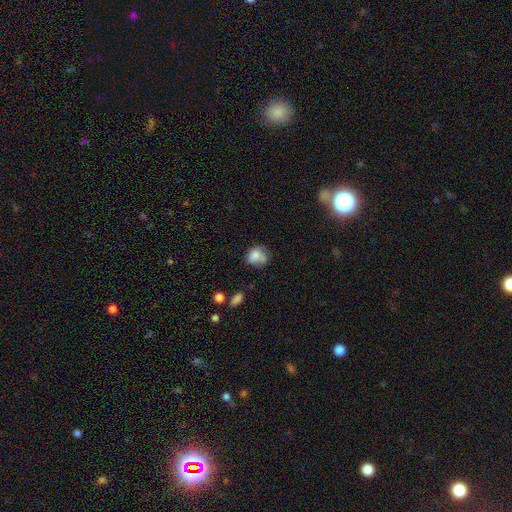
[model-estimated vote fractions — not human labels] Smooth or featured? Predicted: smooth (p=0.76). How rounded? Predicted: round (p=0.65). Merging? Predicted: none (p=0.49).